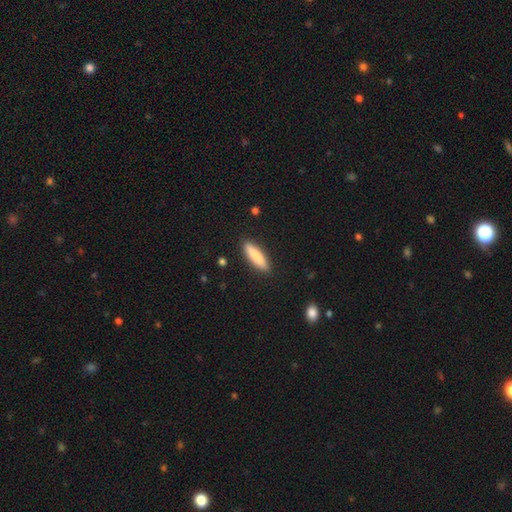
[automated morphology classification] Smooth or featured? smooth (85%)
How rounded? cigar-shaped (74%)
Merging? none (90%)